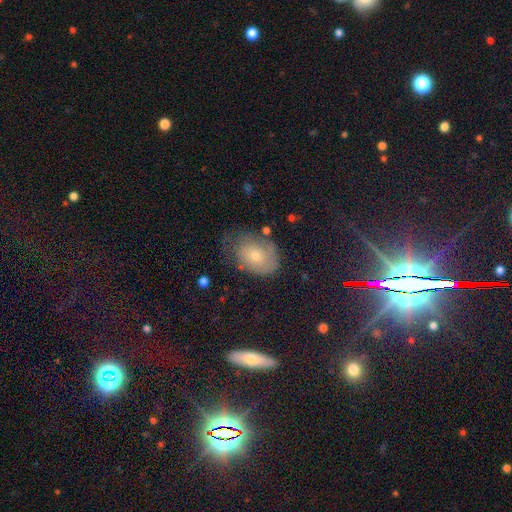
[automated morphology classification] Smooth or featured? Predicted: smooth (p=0.52). How rounded? Predicted: in between (p=0.73). Merging? Predicted: none (p=0.54).